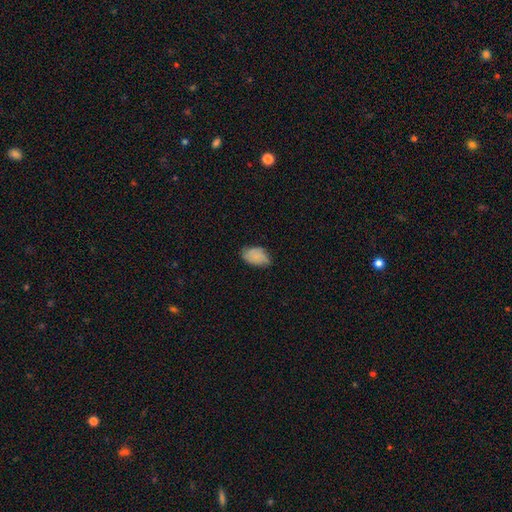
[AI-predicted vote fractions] Q: Smooth or featured?
A: smooth (75%); runner-up: featured or disk (16%)
Q: How rounded?
A: in between (90%); runner-up: round (9%)
Q: Merging?
A: none (60%); runner-up: minor disturbance (33%)